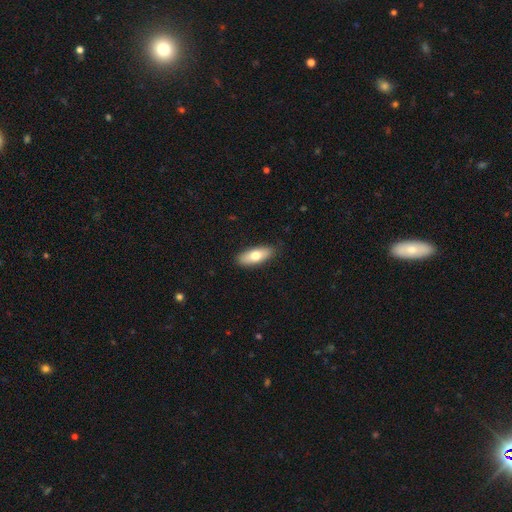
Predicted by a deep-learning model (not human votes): A smooth galaxy with no disk features (72%) that is in between round and cigar-shaped (75%). Merging: none (88%).